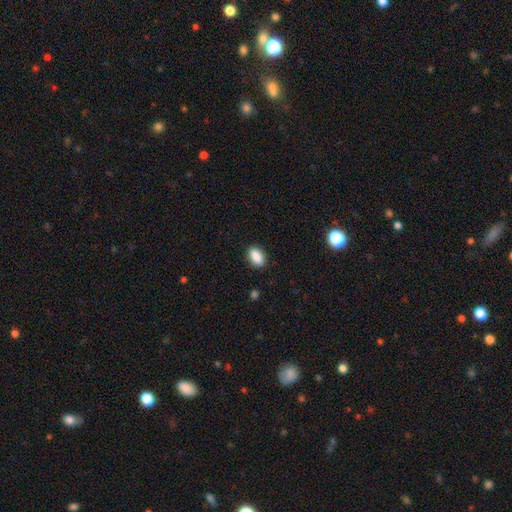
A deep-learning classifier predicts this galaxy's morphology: type=smooth (88%); roundness=in between (89%); merging=none (88%).